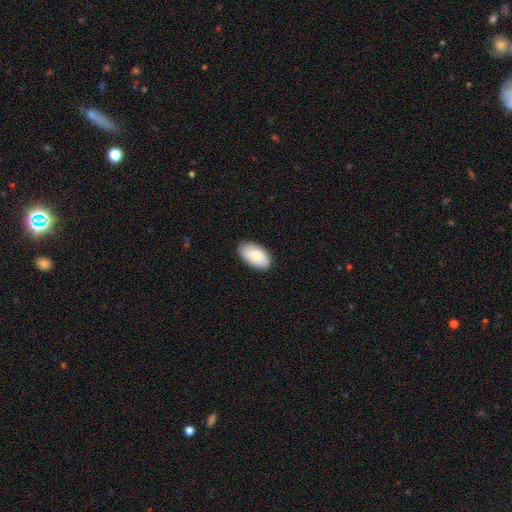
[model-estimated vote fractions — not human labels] A smooth galaxy with no disk features (77%) that is in between round and cigar-shaped (95%). Merging: none (86%).